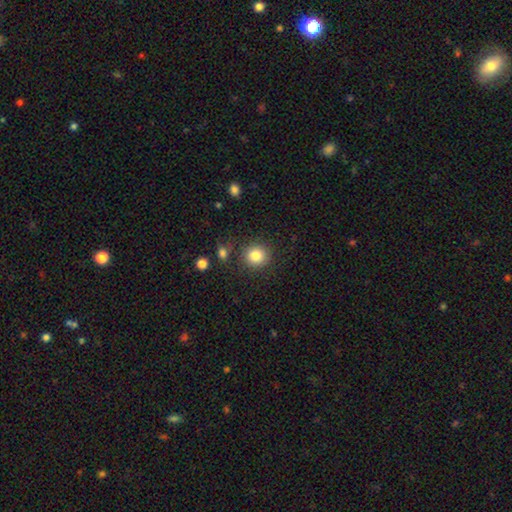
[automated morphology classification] Overall: smooth (84%). How rounded: round (88%). Merging: none (85%).